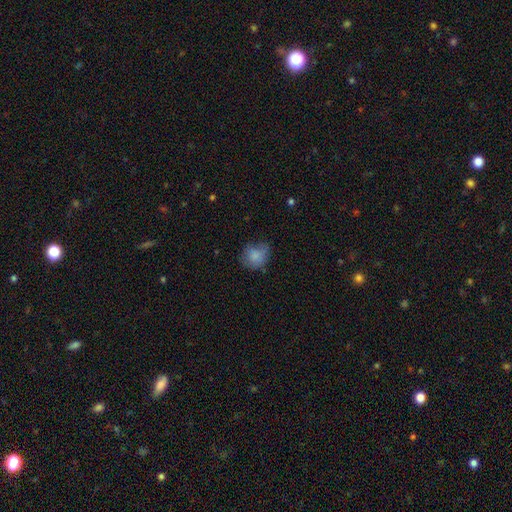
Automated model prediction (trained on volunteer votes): The model was most divided on "merging": none: 56%, minor disturbance: 31%, major disturbance: 11%, merger: 2%. More confident: smooth or featured — smooth (81%); how rounded — round (66%).